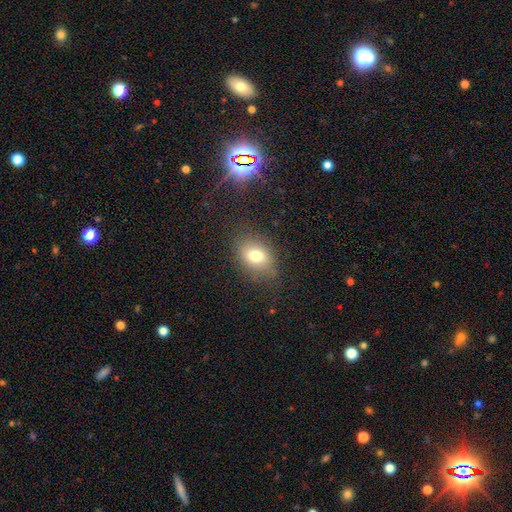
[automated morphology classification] The model was most divided on "how rounded": in between: 67%, round: 32%, cigar-shaped: 1%. More confident: smooth or featured — smooth (75%); merging — none (75%).